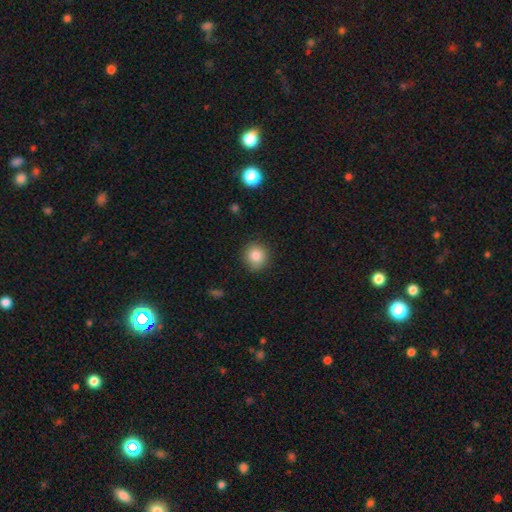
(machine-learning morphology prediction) type=smooth (85%); roundness=round (88%); merging=none (85%).